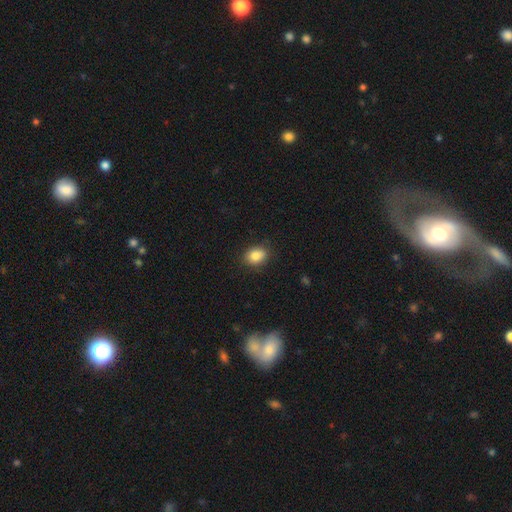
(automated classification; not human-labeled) The model was most divided on "how rounded": in between: 65%, round: 34%, cigar-shaped: 1%. More confident: smooth or featured — smooth (85%); merging — none (84%).